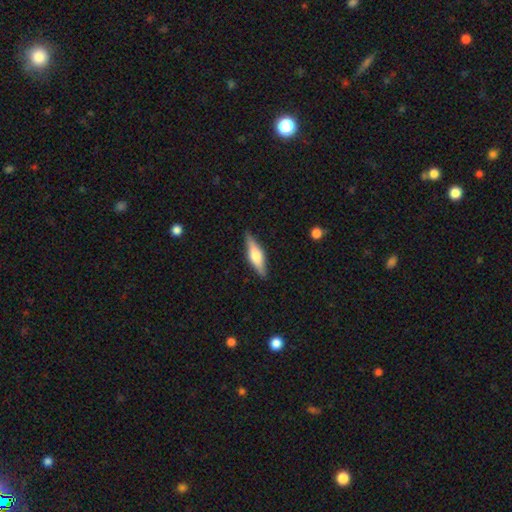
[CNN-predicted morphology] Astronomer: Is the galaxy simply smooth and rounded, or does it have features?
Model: featured or disk — 54% (runner-up: smooth, 40%).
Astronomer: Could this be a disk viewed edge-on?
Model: yes — 94%.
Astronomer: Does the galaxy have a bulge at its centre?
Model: rounded — 88%.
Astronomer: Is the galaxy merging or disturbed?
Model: none — 87%.